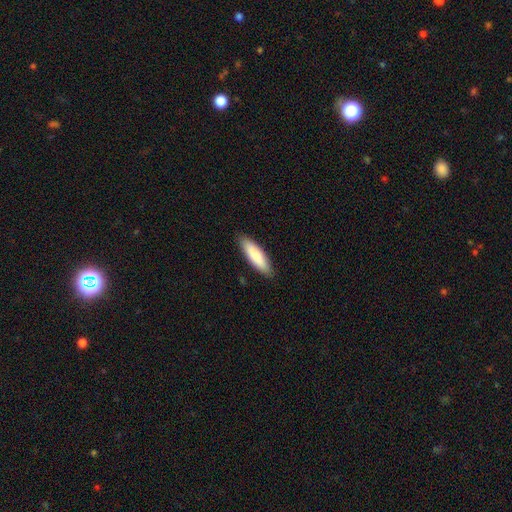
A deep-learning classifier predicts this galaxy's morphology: smooth-or-featured: smooth: 85% | featured or disk: 10% | star or artifact: 5%
  how-rounded: cigar-shaped: 56% | in between: 42% | round: 1%
  merging: none: 88% | minor disturbance: 9% | major disturbance: 2% | merger: 1%